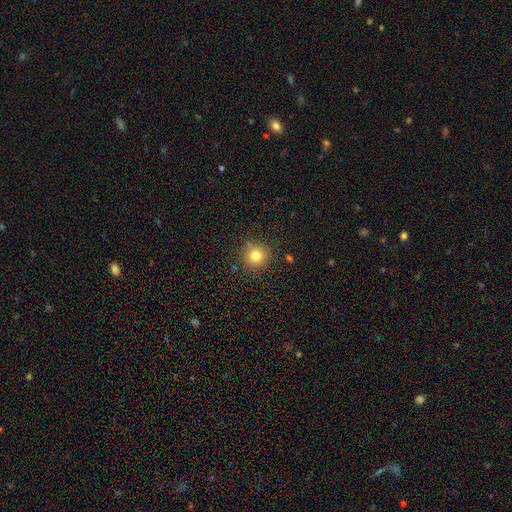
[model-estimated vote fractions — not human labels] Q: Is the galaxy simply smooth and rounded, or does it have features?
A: smooth — 79%.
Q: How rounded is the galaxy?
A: round — 93%.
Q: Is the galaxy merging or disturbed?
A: none — 86%.